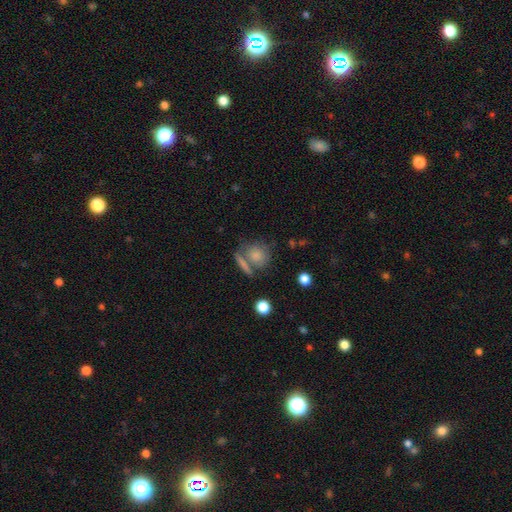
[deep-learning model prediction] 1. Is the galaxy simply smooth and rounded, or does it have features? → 78% smooth, 13% featured or disk, 9% star or artifact.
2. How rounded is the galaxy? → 74% round, 21% in between, 5% cigar-shaped.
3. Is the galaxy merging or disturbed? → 56% none, 25% merger, 13% minor disturbance, 6% major disturbance.